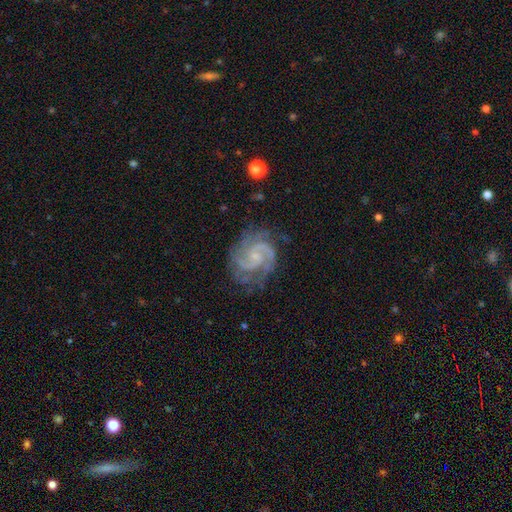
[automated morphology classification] A featured or disk galaxy (91%) with no bar (53%), 2 (74%) medium (52%) spiral arms (98%) and a small central bulge (68%). Merging: none (74%).